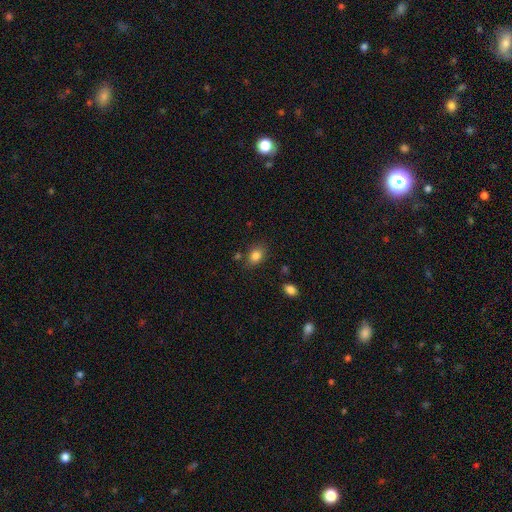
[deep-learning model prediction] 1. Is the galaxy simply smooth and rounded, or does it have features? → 83% smooth, 10% star or artifact, 7% featured or disk.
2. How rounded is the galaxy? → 71% in between, 27% round, 1% cigar-shaped.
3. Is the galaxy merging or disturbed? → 77% none, 15% minor disturbance, 5% merger, 4% major disturbance.